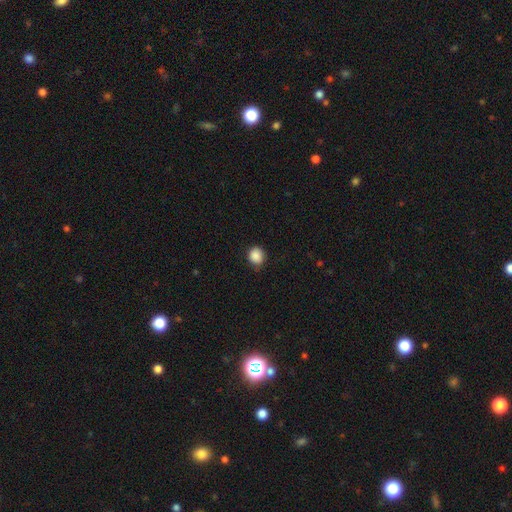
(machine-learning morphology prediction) smooth-or-featured: smooth: 88% | star or artifact: 9% | featured or disk: 3%
  how-rounded: round: 82% | in between: 17% | cigar-shaped: 1%
  merging: none: 83% | minor disturbance: 14% | major disturbance: 3% | merger: 1%